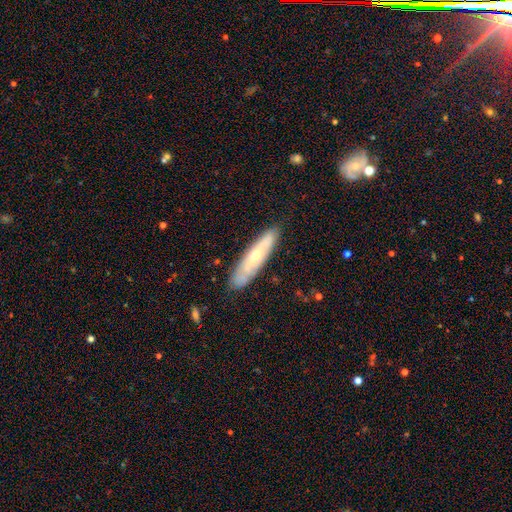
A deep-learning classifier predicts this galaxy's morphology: Smooth or featured: featured or disk — 50% (smooth — 44%)
Merging: none — 83% (minor disturbance — 13%)